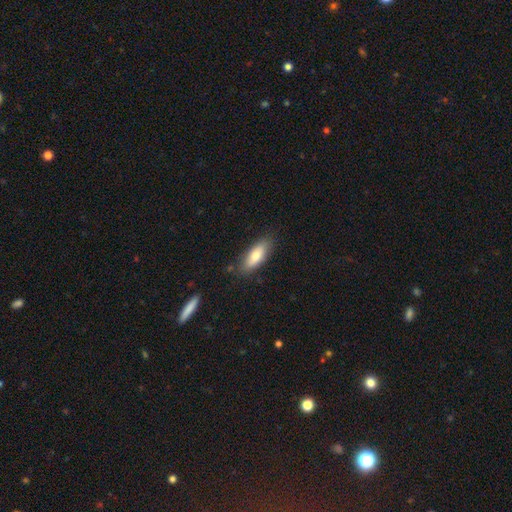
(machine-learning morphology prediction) Smooth or featured: smooth — 78% (featured or disk — 16%)
How rounded: in between — 64% (cigar-shaped — 34%)
Merging: none — 81% (minor disturbance — 14%)